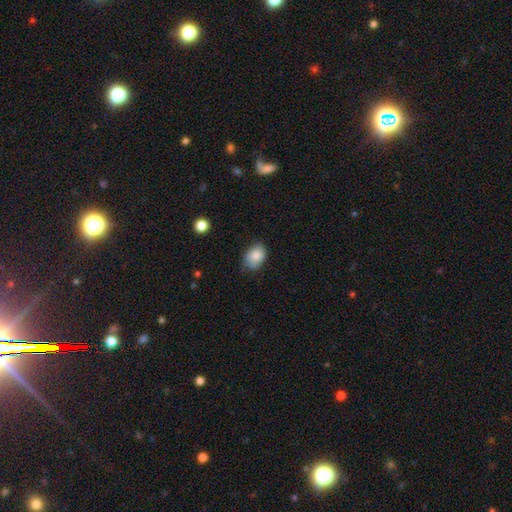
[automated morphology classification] Smooth or featured? Predicted: smooth (p=0.85). How rounded? Predicted: in between (p=0.76). Merging? Predicted: none (p=0.70).